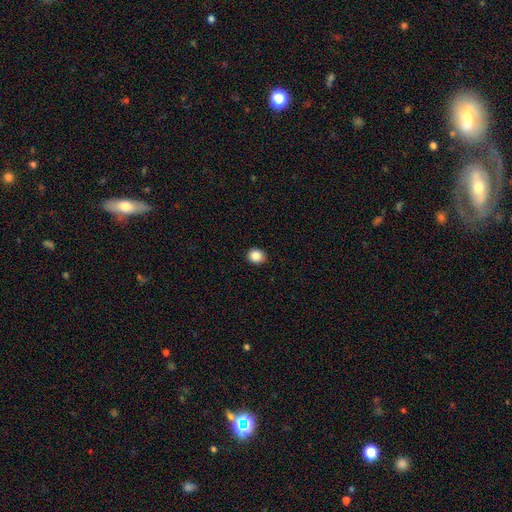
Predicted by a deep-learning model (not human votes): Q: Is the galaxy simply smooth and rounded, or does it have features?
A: smooth — 87%.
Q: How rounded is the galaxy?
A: round — 76%.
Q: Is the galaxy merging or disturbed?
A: none — 90%.